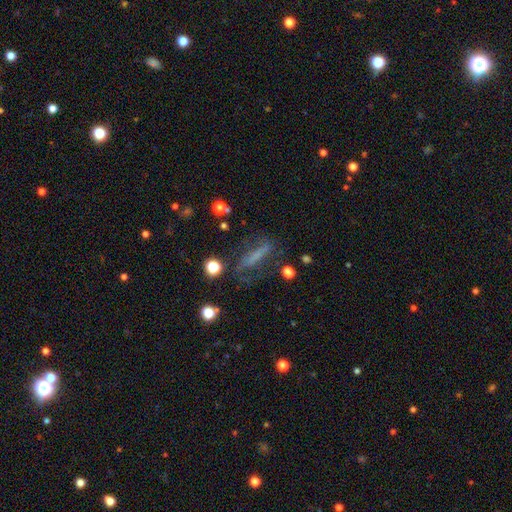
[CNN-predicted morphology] A featured or disk galaxy (43%). Merging: none (57%).